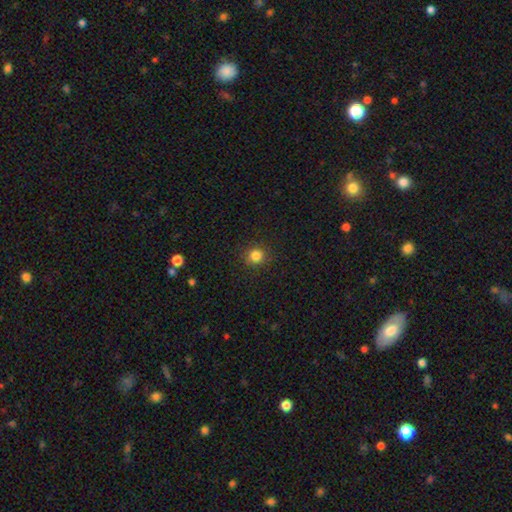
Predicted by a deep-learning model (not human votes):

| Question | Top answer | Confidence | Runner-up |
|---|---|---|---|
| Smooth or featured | smooth | 84% | star or artifact (12%) |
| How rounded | round | 91% | in between (8%) |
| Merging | none | 90% | minor disturbance (7%) |